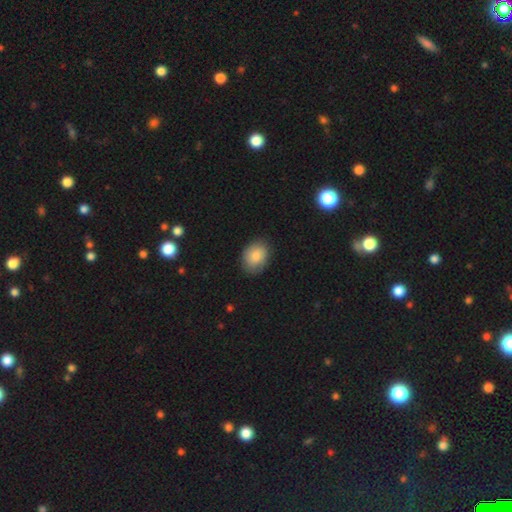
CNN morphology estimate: smooth 82%, featured or disk 10%, star or artifact 7%. Down the decision tree: how rounded — in between (60%); merging — none (83%).